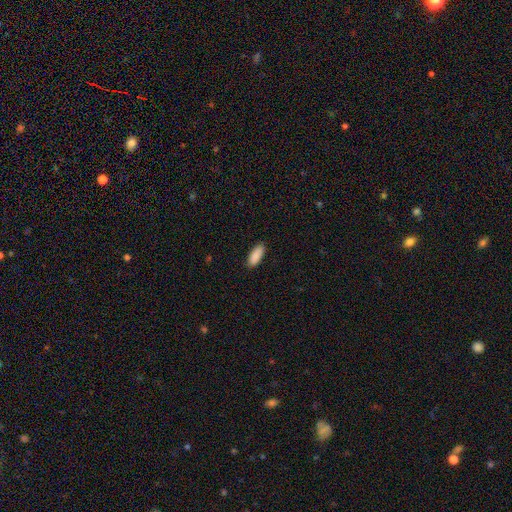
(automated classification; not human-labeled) This is clearly a smooth galaxy (90%). How rounded: likely in between (79%). Merging: clearly none (87%).